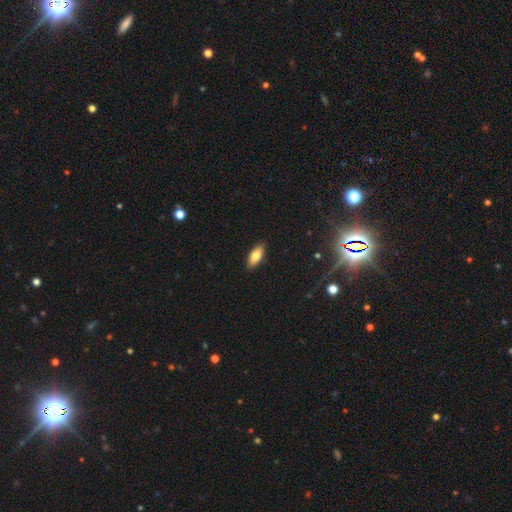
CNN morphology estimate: Smooth or featured? Predicted: smooth (p=0.79). How rounded? Predicted: in between (p=0.80). Merging? Predicted: none (p=0.89).